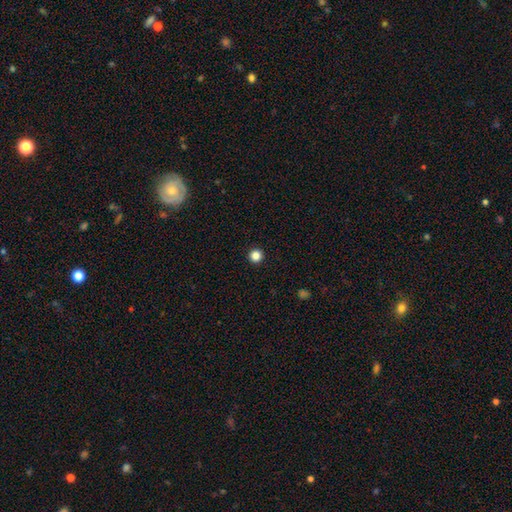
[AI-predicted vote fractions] Smooth or featured? smooth (85%)
How rounded? round (96%)
Merging? none (94%)